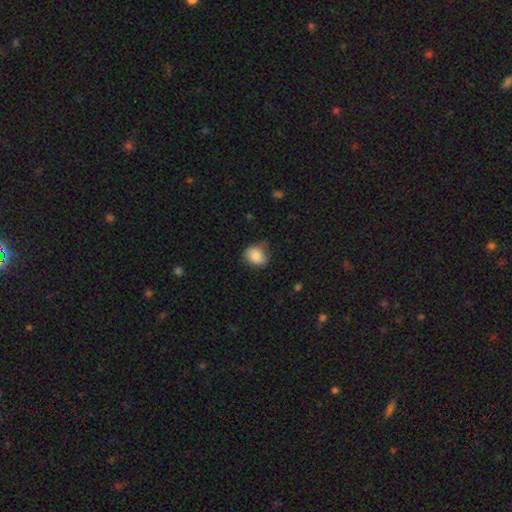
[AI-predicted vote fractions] This appears to be a smooth galaxy with no disk features (83%) that is round (52%). Merging: none (61%).